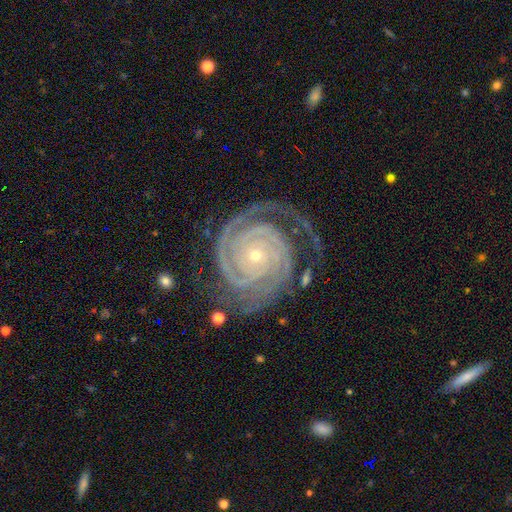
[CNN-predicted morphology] Smooth or featured?
  - featured or disk: 93% *
  - star or artifact: 4%
  - smooth: 2%
Edge-on disk?
  - no: 98% *
  - yes: 2%
Bar?
  - no: 76% *
  - weak: 14%
  - strong: 10%
Spiral arms?
  - yes: 99% *
  - no: 1%
Spiral winding?
  - tight: 85% *
  - medium: 13%
  - loose: 2%
Spiral arm count?
  - 2: 64% *
  - 3: 15%
  - can't tell: 6%
  - 4: 6%
  - more than 4: 5%
  - 1: 4%
Bulge size?
  - small: 81% *
  - moderate: 16%
  - large: 1%
  - none: 1%
  - dominant: 1%
Merging?
  - none: 73% *
  - minor disturbance: 16%
  - major disturbance: 9%
  - merger: 2%